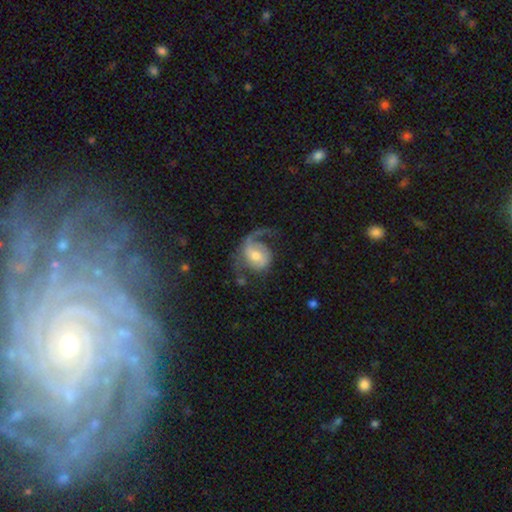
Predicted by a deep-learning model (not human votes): featured or disk 72%, smooth 22%, star or artifact 6%. Down the decision tree: edge-on disk — no (97%); bar — weak (44%); spiral arms — yes (88%); spiral arm count — 2 (46%); spiral winding — loose (47%); bulge size — moderate (61%); merging — none (43%).